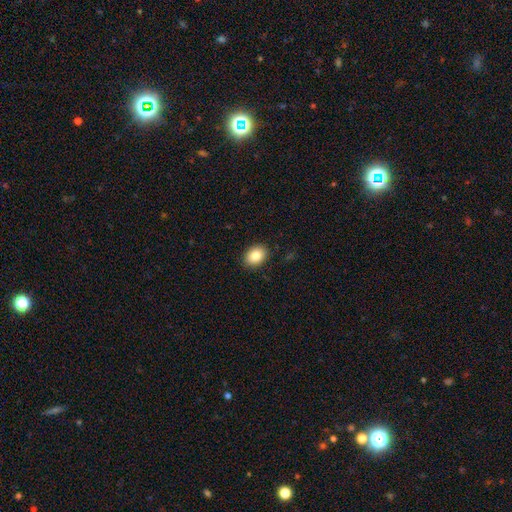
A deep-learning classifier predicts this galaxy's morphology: Smooth or featured: smooth — 84% (star or artifact — 8%)
How rounded: in between — 72% (round — 27%)
Merging: none — 89% (minor disturbance — 8%)